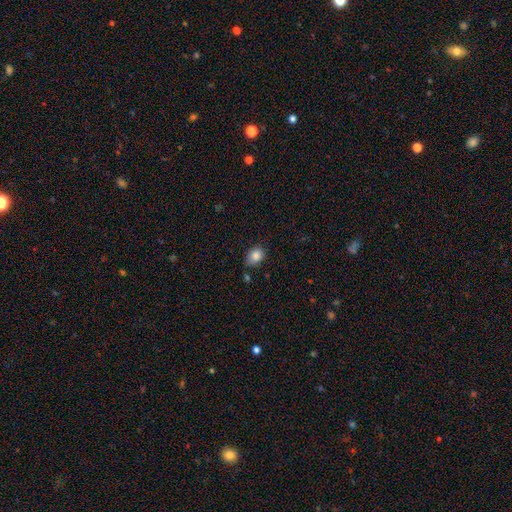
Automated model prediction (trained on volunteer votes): This appears to be a smooth galaxy with no disk features (85%) that is in between round and cigar-shaped (65%). Merging: none (69%).